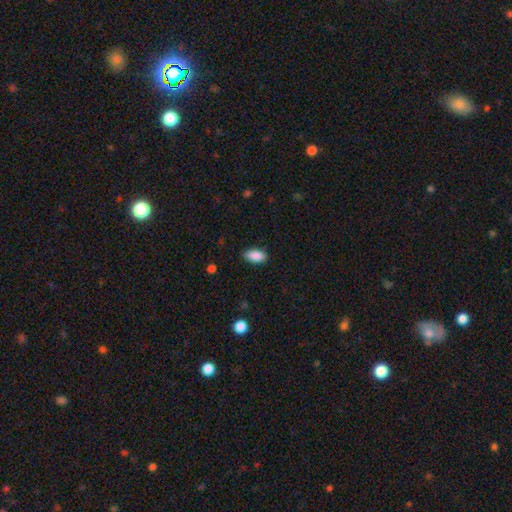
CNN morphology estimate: A smooth galaxy with no disk features (89%) that is in between round and cigar-shaped (92%).

Vote fractions:
- Smooth or featured? smooth: 89% / star or artifact: 7% / featured or disk: 4%
- How rounded? in between: 92% / cigar-shaped: 4% / round: 4%
- Merging? none: 81% / minor disturbance: 16% / major disturbance: 3% / merger: 1%